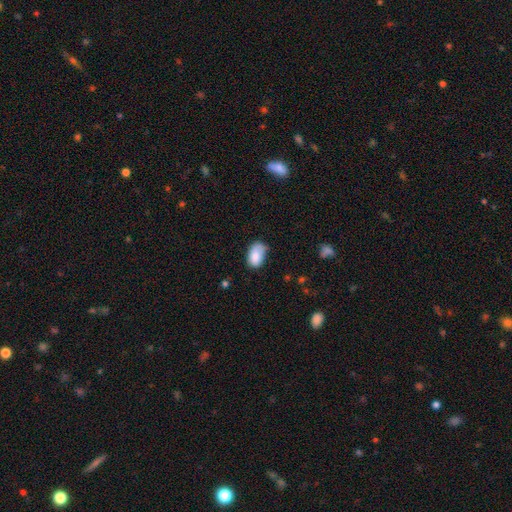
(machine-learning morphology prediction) Smooth or featured?
  - smooth: 83% *
  - featured or disk: 10%
  - star or artifact: 7%
How rounded?
  - in between: 90% *
  - round: 9%
  - cigar-shaped: 1%
Merging?
  - none: 46% *
  - minor disturbance: 38%
  - major disturbance: 11%
  - merger: 4%